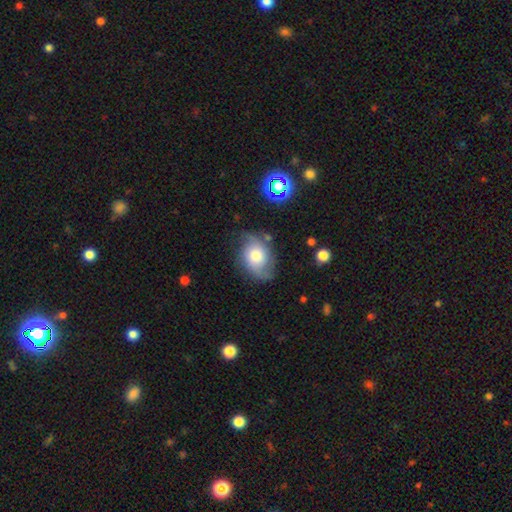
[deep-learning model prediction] A smooth galaxy with no disk features (49%).

Vote fractions:
- Smooth or featured? smooth: 49% / featured or disk: 41% / star or artifact: 10%
- Merging? none: 59% / minor disturbance: 27% / major disturbance: 10% / merger: 3%